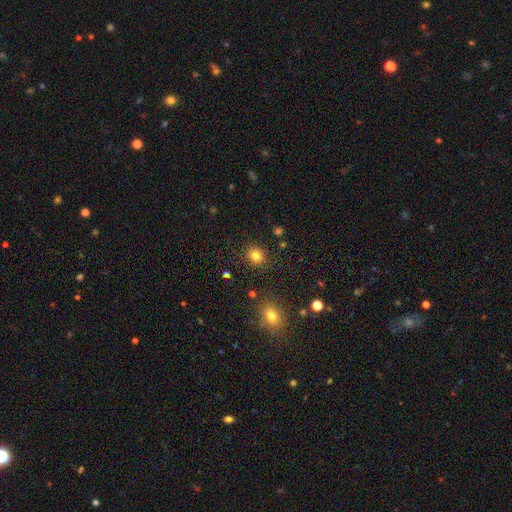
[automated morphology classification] Smooth or featured?
  - smooth: 81% *
  - star or artifact: 13%
  - featured or disk: 6%
How rounded?
  - round: 78% *
  - in between: 21%
  - cigar-shaped: 1%
Merging?
  - none: 88% *
  - minor disturbance: 8%
  - major disturbance: 3%
  - merger: 2%